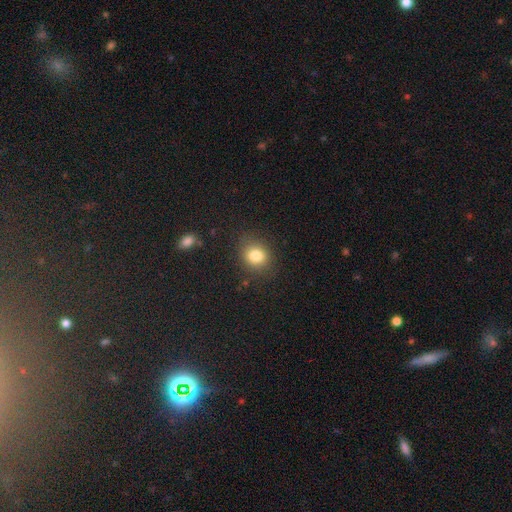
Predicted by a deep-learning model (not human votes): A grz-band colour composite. It shows a smooth galaxy with no disk features (80%) that is round (72%). Merging: none (84%).